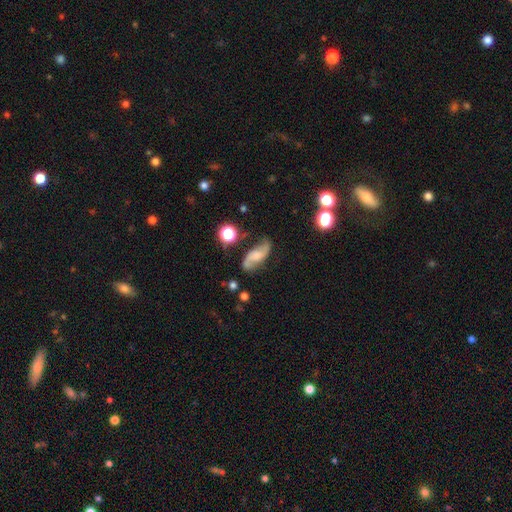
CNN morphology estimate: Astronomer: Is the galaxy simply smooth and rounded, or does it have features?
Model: featured or disk — 70%.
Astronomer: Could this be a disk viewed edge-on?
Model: no — 93%.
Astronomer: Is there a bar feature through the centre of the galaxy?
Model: no — 56% (runner-up: weak, 34%).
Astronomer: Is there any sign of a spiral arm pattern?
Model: yes — 93%.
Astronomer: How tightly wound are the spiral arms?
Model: loose — 67%.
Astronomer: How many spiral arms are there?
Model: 2 — 90%.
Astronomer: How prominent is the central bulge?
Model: small — 36% (runner-up: moderate, 33%).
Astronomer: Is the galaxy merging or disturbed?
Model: none — 67%.